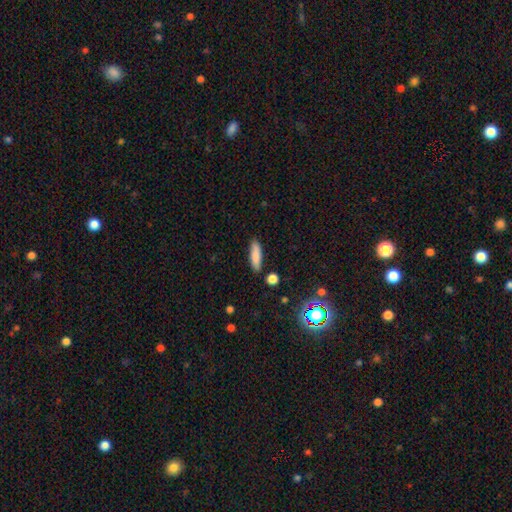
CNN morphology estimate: Overall: smooth (82%). How rounded: cigar-shaped (61%; in between 37%). Merging: none (86%).